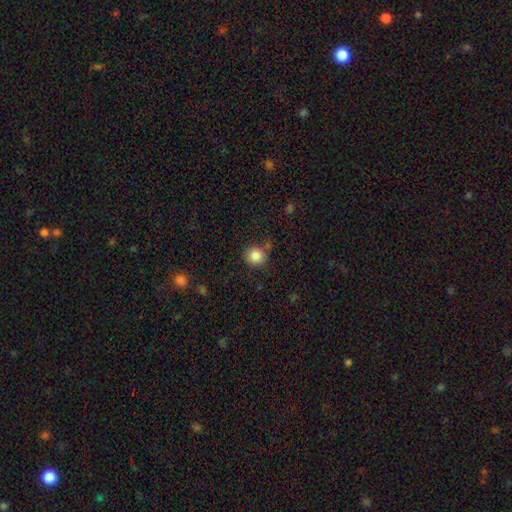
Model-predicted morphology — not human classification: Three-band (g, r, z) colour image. It shows a smooth galaxy with no disk features (86%) that is round (89%). Merging: none (74%).